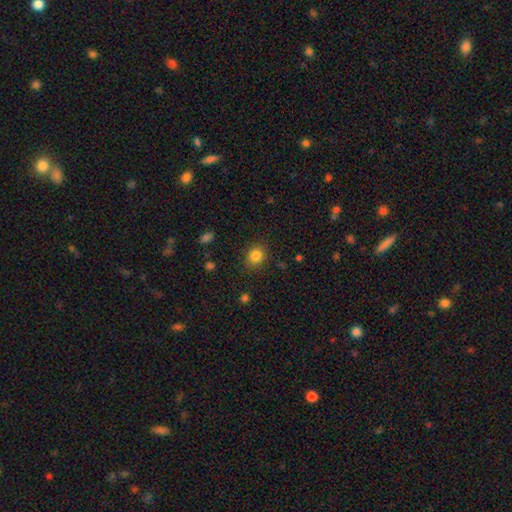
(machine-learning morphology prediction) smooth 83%, star or artifact 11%, featured or disk 6%. Down the decision tree: how rounded — round (65%); merging — none (87%).